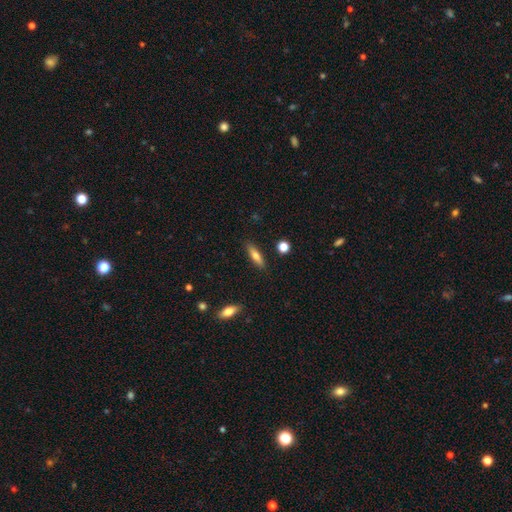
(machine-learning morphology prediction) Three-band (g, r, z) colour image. It shows a smooth galaxy with no disk features (67%) that is cigar-shaped (67%). Merging: none (87%).